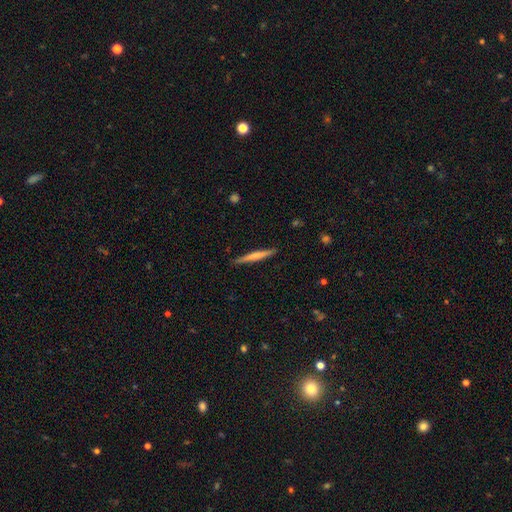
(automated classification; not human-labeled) Smooth or featured: smooth — 52% (featured or disk — 42%)
How rounded: cigar-shaped — 96% (in between — 3%)
Merging: none — 89% (minor disturbance — 8%)